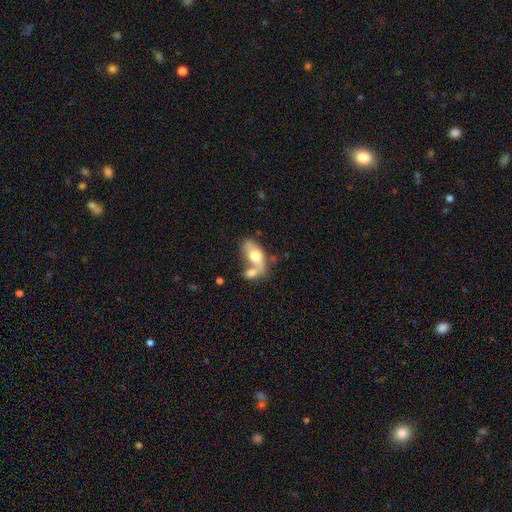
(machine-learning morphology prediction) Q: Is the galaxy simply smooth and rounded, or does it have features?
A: smooth — 61%.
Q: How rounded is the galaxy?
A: in between — 85%.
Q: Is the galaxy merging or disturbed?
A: merger — 56%.